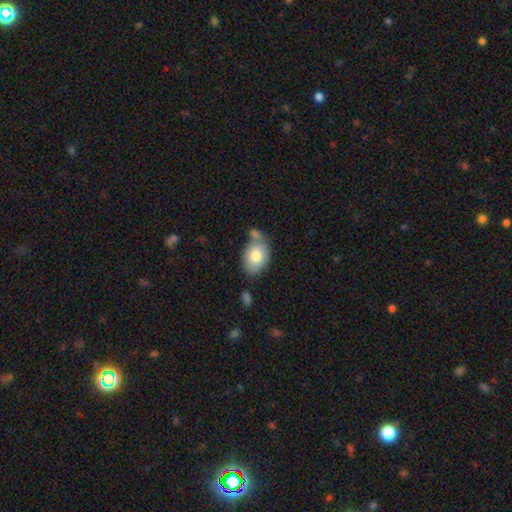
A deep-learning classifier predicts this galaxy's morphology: A smooth galaxy with no disk features (78%) that is in between round and cigar-shaped (81%).

Vote fractions:
- Smooth or featured? smooth: 78% / featured or disk: 15% / star or artifact: 7%
- How rounded? in between: 81% / round: 18% / cigar-shaped: 1%
- Merging? none: 56% / minor disturbance: 20% / merger: 19% / major disturbance: 5%